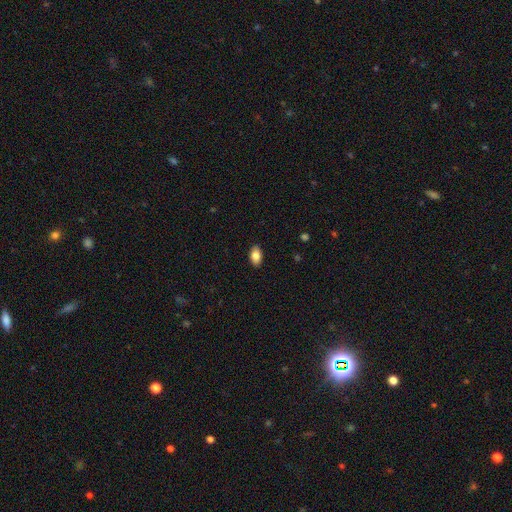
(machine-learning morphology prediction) smooth_or_featured: smooth (p=0.83) [alt: featured or disk p=0.09]
how_rounded: in between (p=0.92) [alt: round p=0.06]
merging: none (p=0.89) [alt: minor disturbance p=0.08]